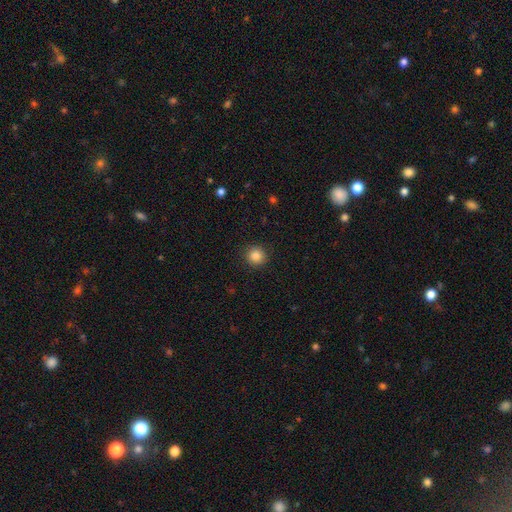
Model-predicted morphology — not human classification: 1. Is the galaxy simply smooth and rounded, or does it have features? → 85% smooth, 11% star or artifact, 5% featured or disk.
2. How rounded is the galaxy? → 94% round, 5% in between, 1% cigar-shaped.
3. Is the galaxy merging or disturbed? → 92% none, 5% minor disturbance, 2% major disturbance, 1% merger.